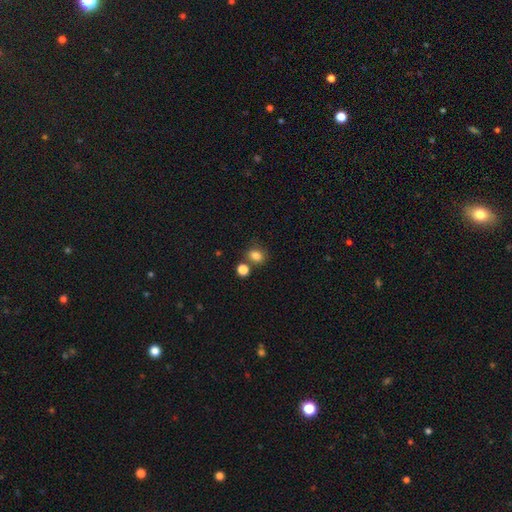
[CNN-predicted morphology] This is clearly a smooth galaxy (83%). How rounded: possibly round (50%). Merging: likely none (66%).